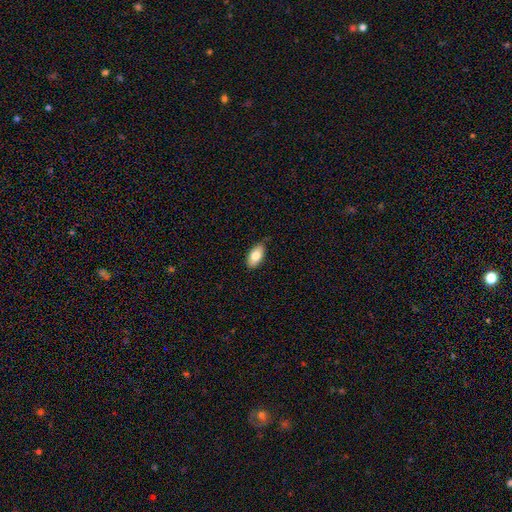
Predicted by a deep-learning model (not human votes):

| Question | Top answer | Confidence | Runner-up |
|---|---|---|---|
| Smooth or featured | smooth | 79% | featured or disk (14%) |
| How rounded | in between | 93% | cigar-shaped (4%) |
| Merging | none | 77% | minor disturbance (20%) |